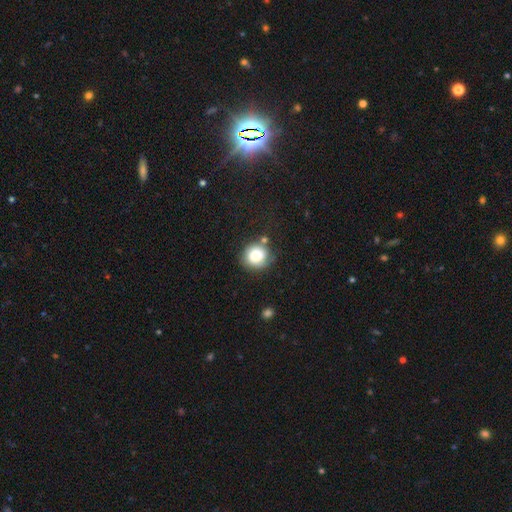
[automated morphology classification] Q: Smooth or featured?
A: smooth (80%); runner-up: featured or disk (11%)
Q: How rounded?
A: round (85%); runner-up: in between (14%)
Q: Merging?
A: none (66%); runner-up: minor disturbance (20%)